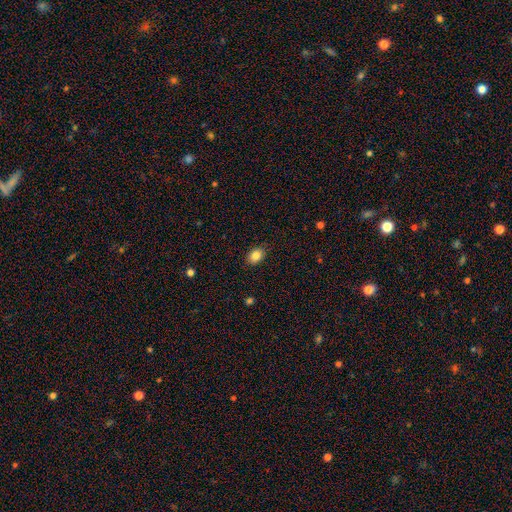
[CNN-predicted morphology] Smooth or featured? Predicted: smooth (p=0.85). How rounded? Predicted: in between (p=0.73). Merging? Predicted: none (p=0.86).